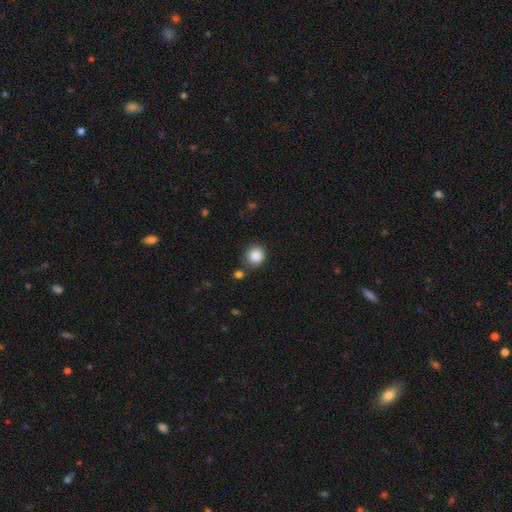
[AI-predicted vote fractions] Smooth or featured?
  - smooth: 88% *
  - star or artifact: 9%
  - featured or disk: 3%
How rounded?
  - round: 88% *
  - in between: 11%
  - cigar-shaped: 1%
Merging?
  - none: 77% *
  - minor disturbance: 12%
  - merger: 7%
  - major disturbance: 4%